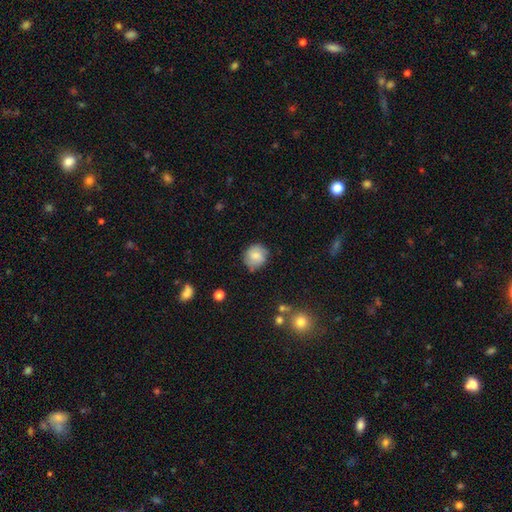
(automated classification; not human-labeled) This appears to be a smooth galaxy with no disk features (72%) that is round (82%). Merging: none (79%).